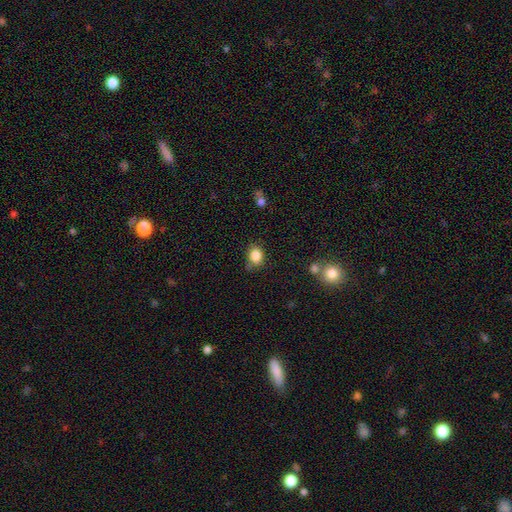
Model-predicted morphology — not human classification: Smooth or featured?
  - smooth: 85% *
  - star or artifact: 10%
  - featured or disk: 5%
How rounded?
  - round: 51% *
  - in between: 48%
  - cigar-shaped: 1%
Merging?
  - none: 69% *
  - minor disturbance: 23%
  - major disturbance: 5%
  - merger: 3%